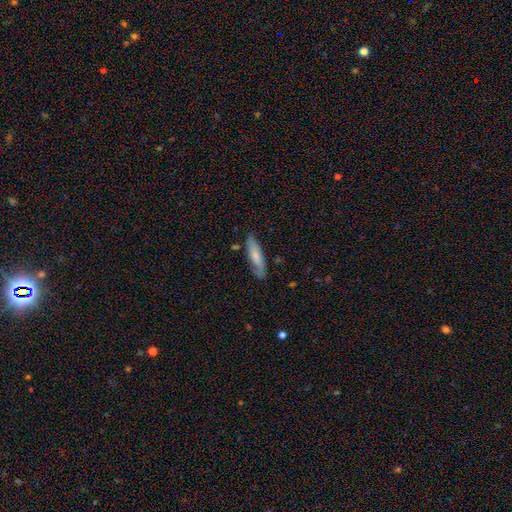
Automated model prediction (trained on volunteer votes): Q: Smooth or featured?
A: smooth (67%); runner-up: featured or disk (28%)
Q: How rounded?
A: cigar-shaped (67%); runner-up: in between (31%)
Q: Merging?
A: none (78%); runner-up: minor disturbance (17%)